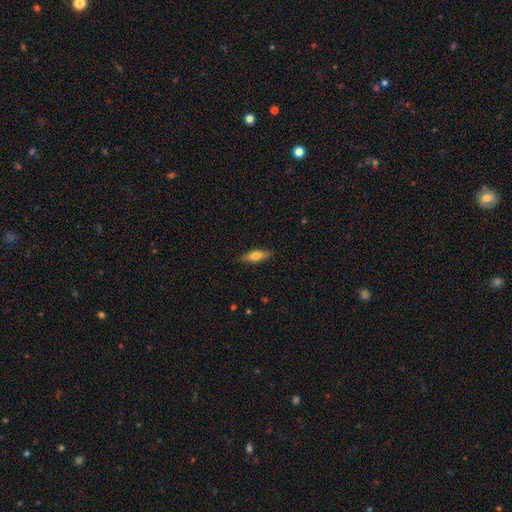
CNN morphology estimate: A smooth galaxy with no disk features (68%) that is in between round and cigar-shaped (52%).

Vote fractions:
- Smooth or featured? smooth: 68% / featured or disk: 25% / star or artifact: 6%
- How rounded? in between: 52% / cigar-shaped: 46% / round: 2%
- Merging? none: 84% / minor disturbance: 12% / major disturbance: 2% / merger: 1%